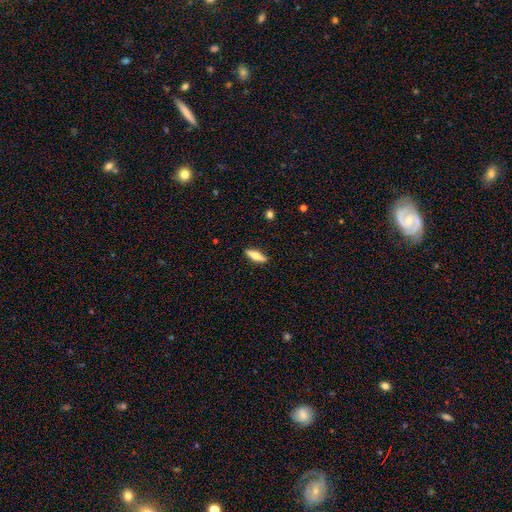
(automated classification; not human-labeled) Smooth or featured?
  - smooth: 53% *
  - featured or disk: 41%
  - star or artifact: 6%
How rounded?
  - cigar-shaped: 55% *
  - in between: 42%
  - round: 3%
Merging?
  - none: 88% *
  - minor disturbance: 9%
  - major disturbance: 2%
  - merger: 1%